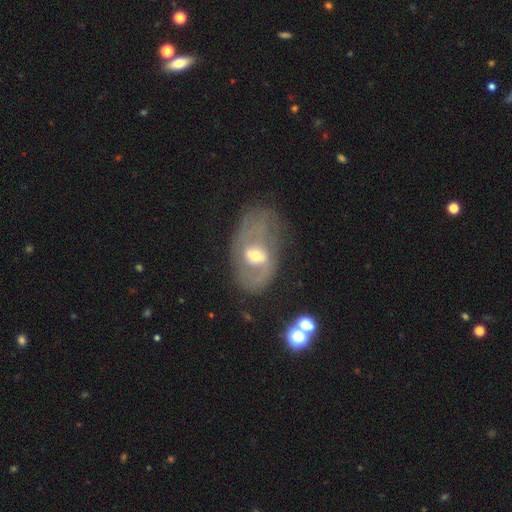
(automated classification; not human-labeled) featured or disk 73%, smooth 20%, star or artifact 8%. Down the decision tree: edge-on disk — no (94%); bar — weak (46%); spiral arms — yes (65%); bulge size — moderate (56%); merging — none (53%).